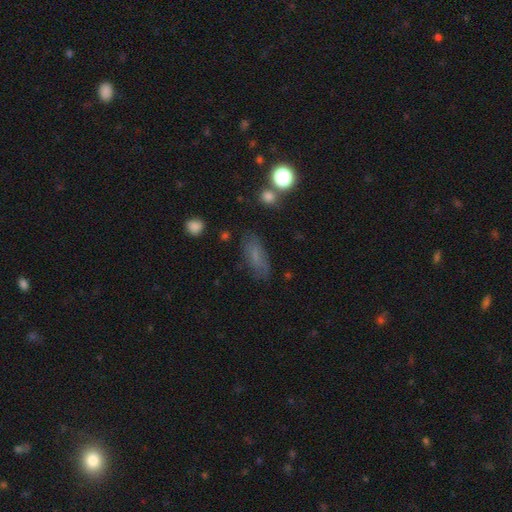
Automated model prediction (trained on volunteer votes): This is likely a smooth galaxy (64%). How rounded: likely in between (73%). Merging: likely none (73%).